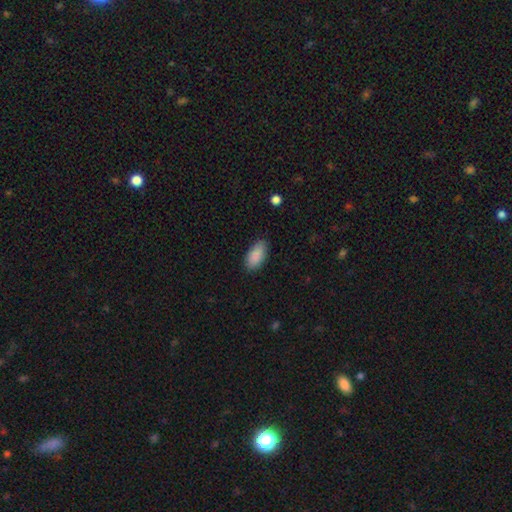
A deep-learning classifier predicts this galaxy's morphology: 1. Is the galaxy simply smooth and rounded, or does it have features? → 90% smooth, 6% star or artifact, 4% featured or disk.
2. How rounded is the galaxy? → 94% in between, 4% cigar-shaped, 2% round.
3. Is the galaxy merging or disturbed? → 85% none, 11% minor disturbance, 2% major disturbance, 1% merger.